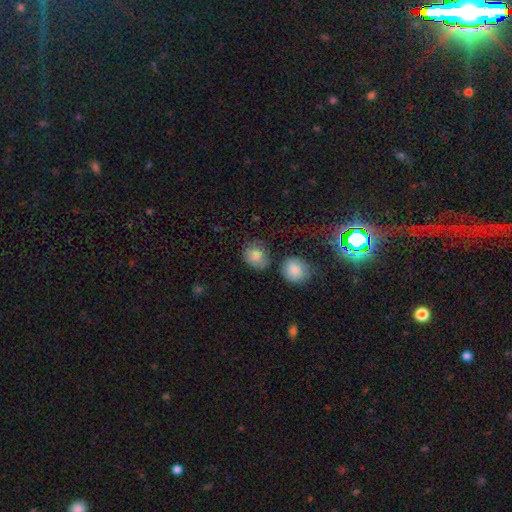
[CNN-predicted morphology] Smooth or featured? Predicted: smooth (p=0.82). How rounded? Predicted: round (p=0.67). Merging? Predicted: none (p=0.67).